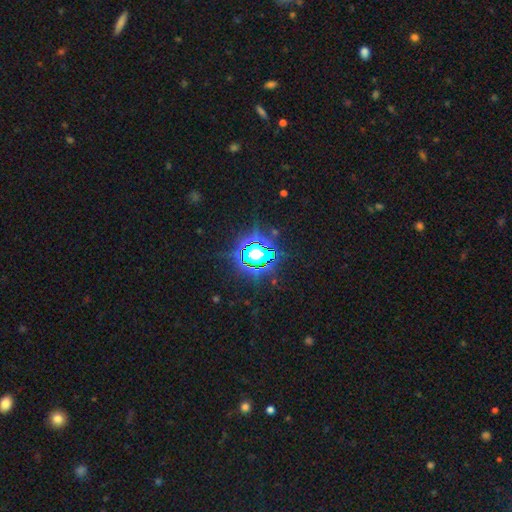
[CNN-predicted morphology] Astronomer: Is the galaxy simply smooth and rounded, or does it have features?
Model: star or artifact — 77%.